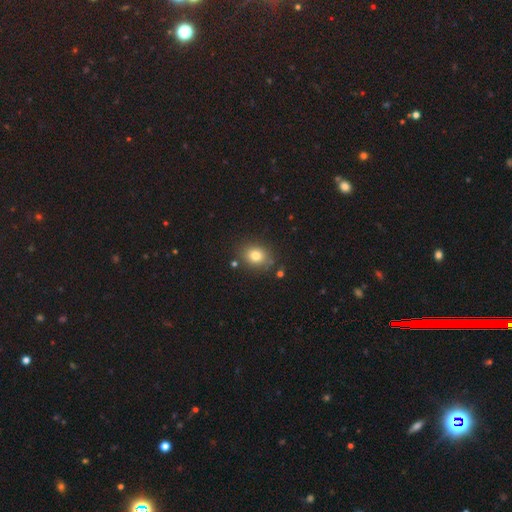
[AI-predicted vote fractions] This is likely a smooth galaxy (79%). How rounded: possibly round (59%). Merging: clearly none (83%).